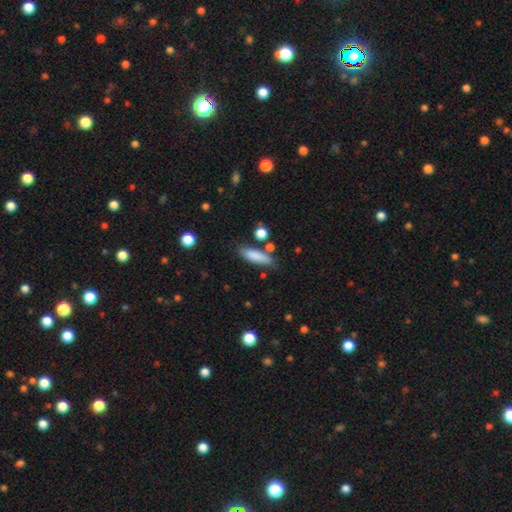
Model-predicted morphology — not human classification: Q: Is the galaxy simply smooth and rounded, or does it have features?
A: smooth — 83%.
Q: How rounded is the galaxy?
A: cigar-shaped — 57%.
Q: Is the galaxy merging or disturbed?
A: none — 71%.